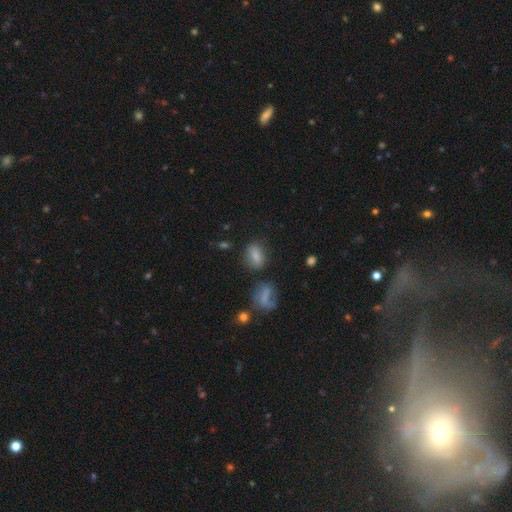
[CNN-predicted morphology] The model was most divided on "merging": none: 73%, minor disturbance: 14%, merger: 7%, major disturbance: 5%. More confident: smooth or featured — smooth (78%); how rounded — in between (78%).